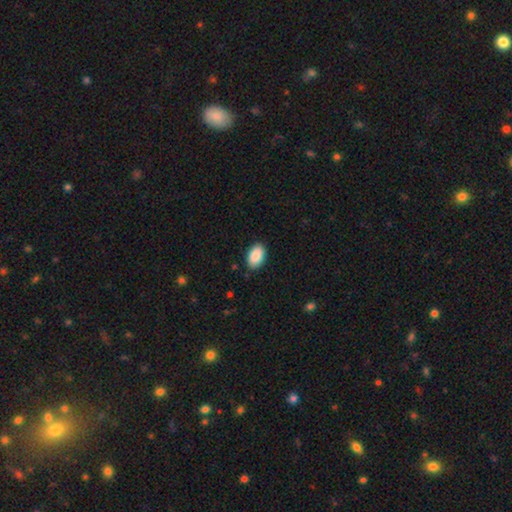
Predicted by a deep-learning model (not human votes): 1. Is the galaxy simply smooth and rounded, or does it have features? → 90% smooth, 6% star or artifact, 4% featured or disk.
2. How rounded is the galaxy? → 93% in between, 6% round, 1% cigar-shaped.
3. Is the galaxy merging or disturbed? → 88% none, 9% minor disturbance, 2% major disturbance, 1% merger.